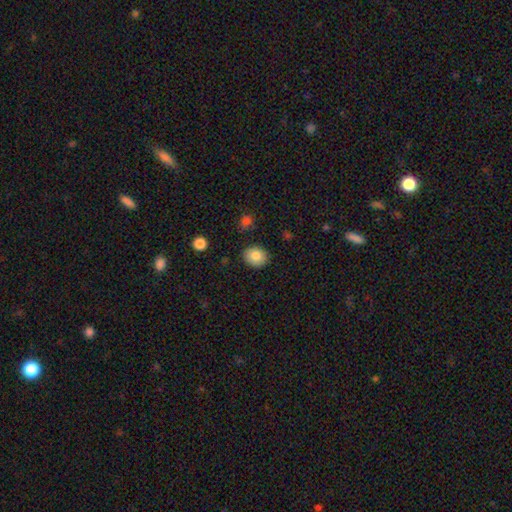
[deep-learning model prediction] A smooth galaxy with no disk features (83%) that is round (59%). Merging: none (87%).